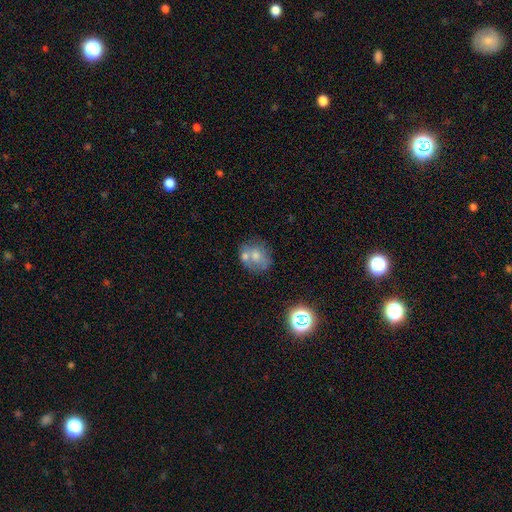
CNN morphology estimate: smooth 53%, featured or disk 32%, star or artifact 15%. Down the decision tree: how rounded — round (69%); merging — none (48%).